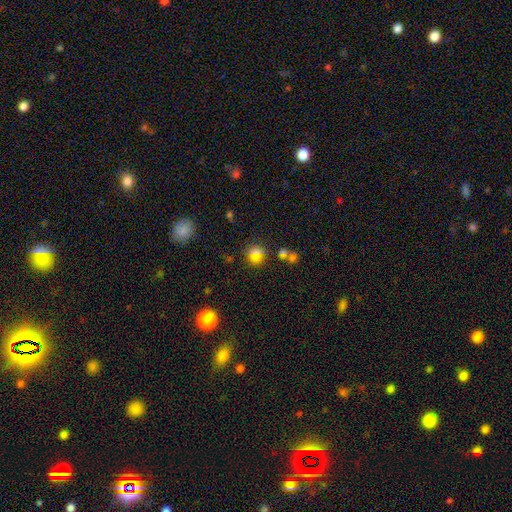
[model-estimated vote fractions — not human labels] This is likely a smooth galaxy (64%). How rounded: clearly round (80%). Merging: likely none (69%).